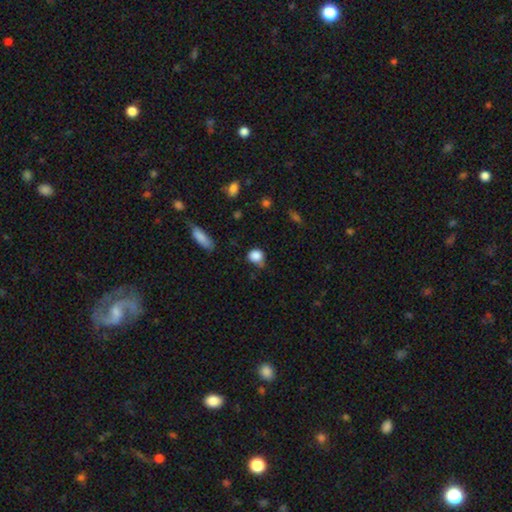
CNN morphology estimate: smooth-or-featured: smooth: 85% | star or artifact: 10% | featured or disk: 5%
  how-rounded: round: 71% | in between: 27% | cigar-shaped: 1%
  merging: none: 54% | minor disturbance: 33% | major disturbance: 8% | merger: 5%